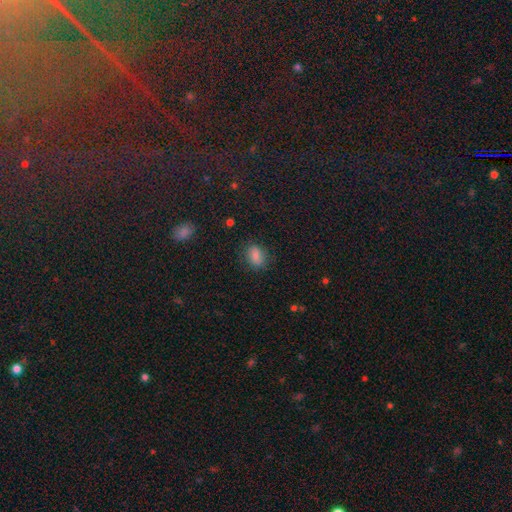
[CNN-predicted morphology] smooth 81%, star or artifact 11%, featured or disk 8%. Down the decision tree: how rounded — in between (69%); merging — none (79%).